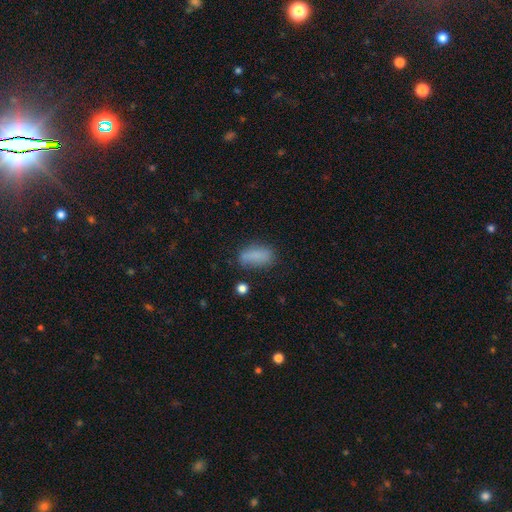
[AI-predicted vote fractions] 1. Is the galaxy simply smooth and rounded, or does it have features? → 82% smooth, 10% star or artifact, 9% featured or disk.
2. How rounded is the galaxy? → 84% in between, 12% cigar-shaped, 4% round.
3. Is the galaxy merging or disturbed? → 64% none, 24% minor disturbance, 8% major disturbance, 4% merger.